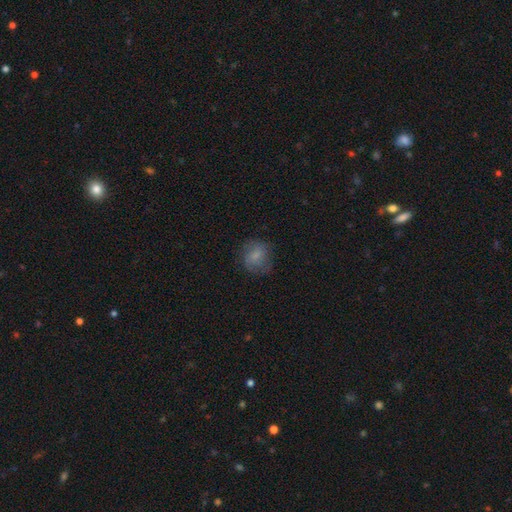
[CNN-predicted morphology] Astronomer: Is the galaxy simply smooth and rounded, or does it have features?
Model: smooth — 76%.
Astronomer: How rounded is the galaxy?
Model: round — 74%.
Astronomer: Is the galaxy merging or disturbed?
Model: none — 70%.